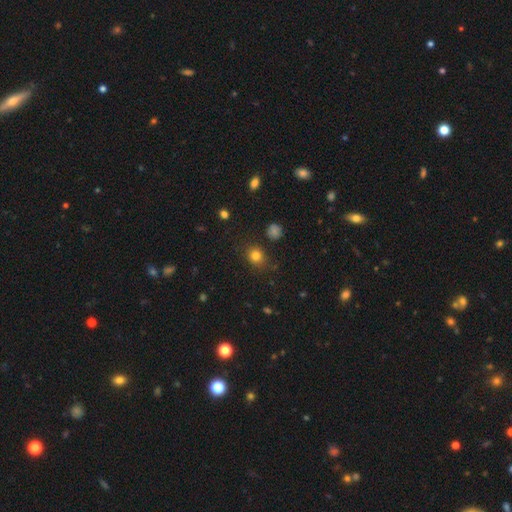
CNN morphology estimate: This is likely a smooth galaxy (80%). How rounded: likely round (77%). Merging: clearly none (82%).